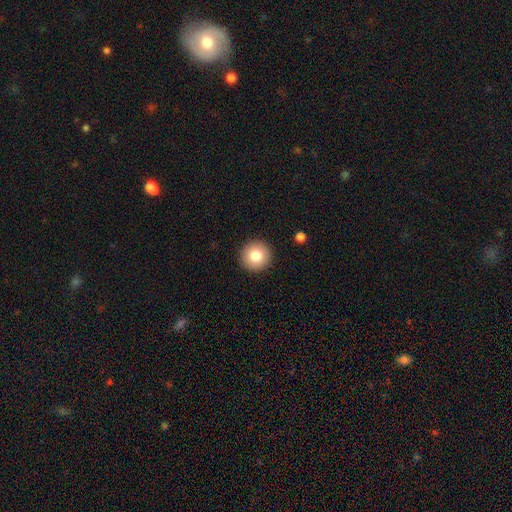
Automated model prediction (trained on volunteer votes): Smooth or featured? Predicted: smooth (p=0.81). How rounded? Predicted: round (p=0.96). Merging? Predicted: none (p=0.93).